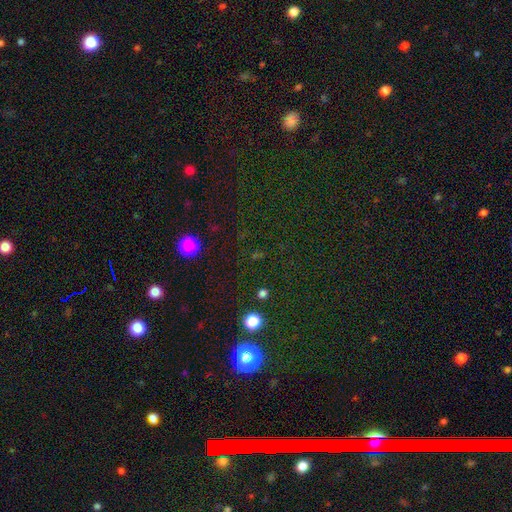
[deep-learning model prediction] Morphology: type=star or artifact (74%).